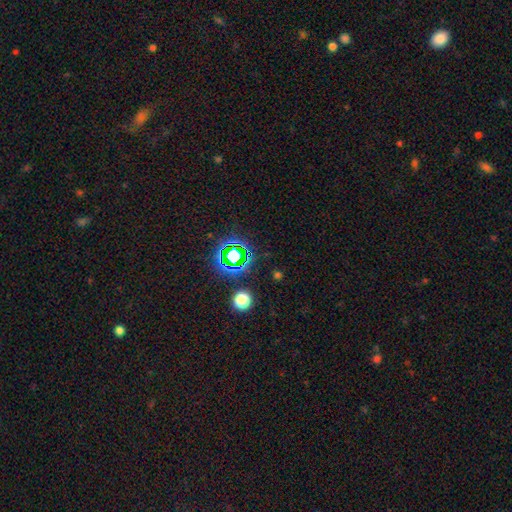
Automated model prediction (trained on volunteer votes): smooth-or-featured: star or artifact: 73% | smooth: 19% | featured or disk: 8%